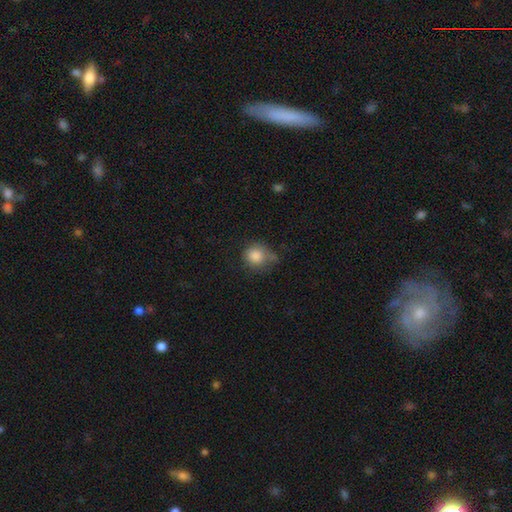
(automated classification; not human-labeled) smooth 85%, star or artifact 9%, featured or disk 6%. Down the decision tree: how rounded — round (80%); merging — none (49%).